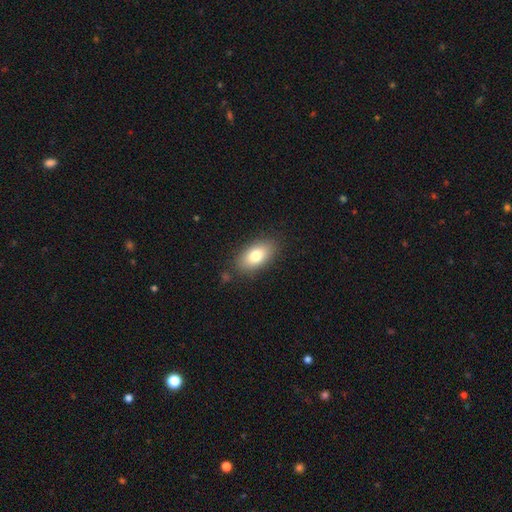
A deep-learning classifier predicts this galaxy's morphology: smooth-or-featured: smooth: 78% | featured or disk: 14% | star or artifact: 8%
  how-rounded: in between: 91% | round: 5% | cigar-shaped: 3%
  merging: none: 84% | minor disturbance: 11% | major disturbance: 3% | merger: 2%